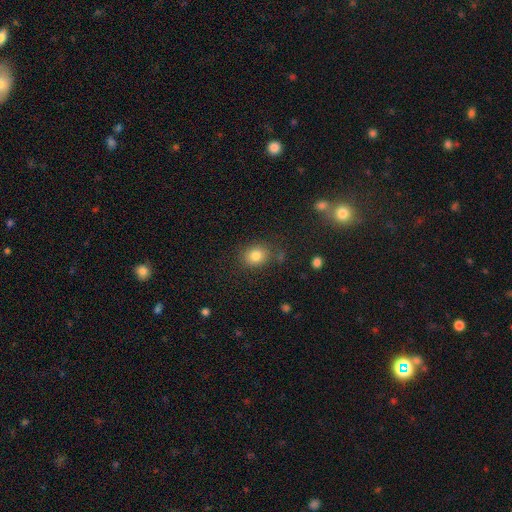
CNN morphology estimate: Smooth or featured? smooth (82%)
How rounded? round (57%)
Merging? none (79%)